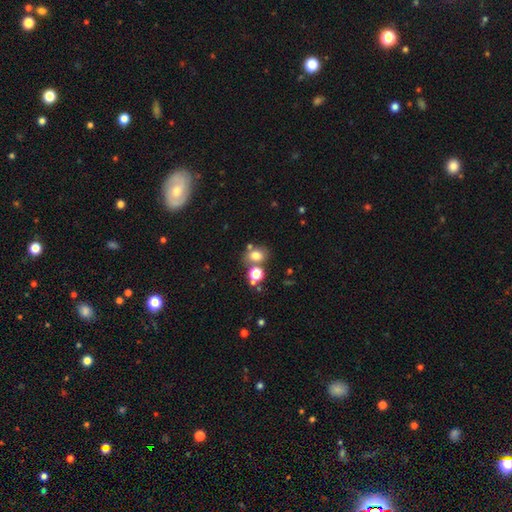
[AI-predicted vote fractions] Overall: smooth (74%). How rounded: in between (52%; round 47%). Merging: none (61%; merger 21%).